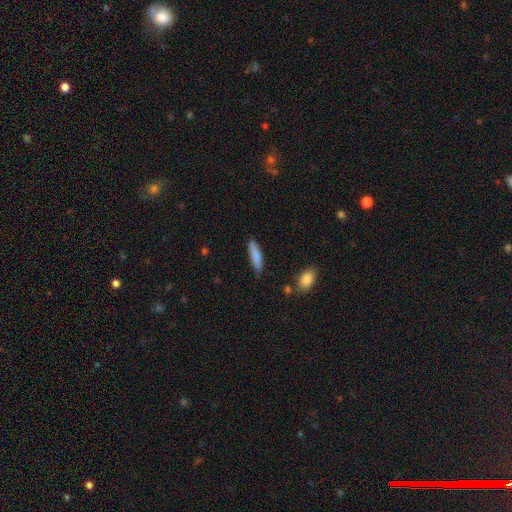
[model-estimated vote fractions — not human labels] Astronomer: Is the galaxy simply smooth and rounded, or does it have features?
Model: smooth — 84%.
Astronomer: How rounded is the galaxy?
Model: cigar-shaped — 78%.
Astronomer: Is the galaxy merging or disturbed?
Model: none — 82%.